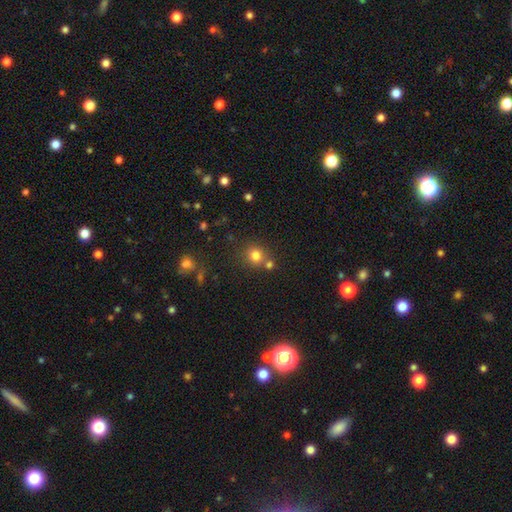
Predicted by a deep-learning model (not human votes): This appears to be a smooth galaxy with no disk features (79%) that is round (87%). Merging: none (66%).